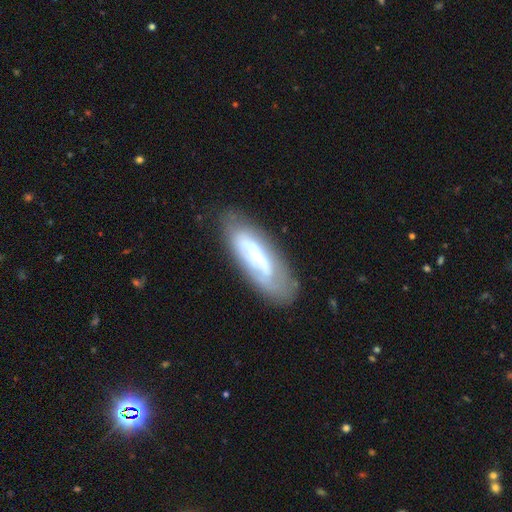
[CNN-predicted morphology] Q: Smooth or featured?
A: featured or disk (50%); runner-up: smooth (42%)
Q: Edge-on disk?
A: no (76%); runner-up: yes (24%)
Q: Merging?
A: none (64%); runner-up: minor disturbance (23%)